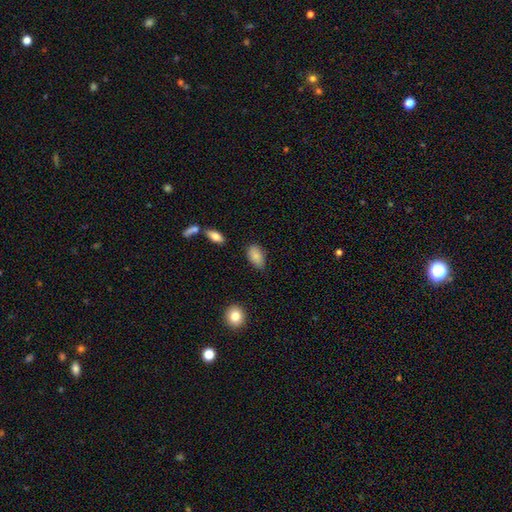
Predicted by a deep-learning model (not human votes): Smooth or featured? Predicted: smooth (p=0.85). How rounded? Predicted: in between (p=0.92). Merging? Predicted: none (p=0.76).